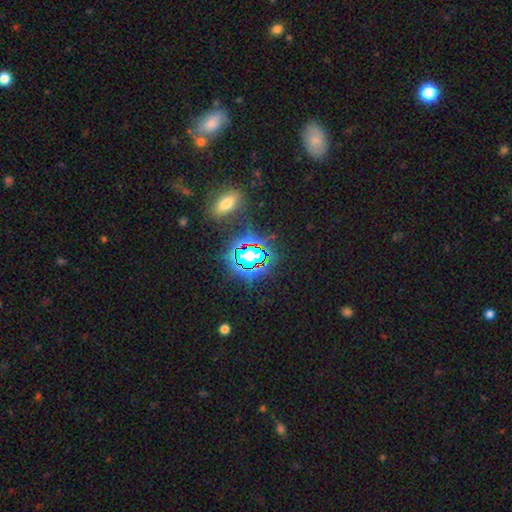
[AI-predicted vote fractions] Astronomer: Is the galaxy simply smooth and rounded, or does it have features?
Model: star or artifact — 76%.